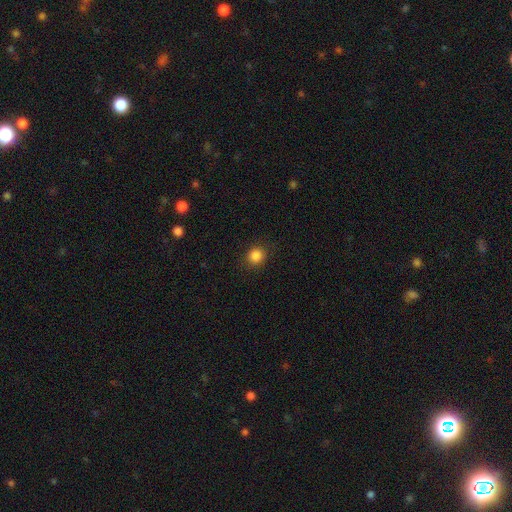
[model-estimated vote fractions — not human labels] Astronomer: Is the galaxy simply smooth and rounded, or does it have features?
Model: smooth — 86%.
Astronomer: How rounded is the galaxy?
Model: round — 84%.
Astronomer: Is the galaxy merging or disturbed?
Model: none — 88%.